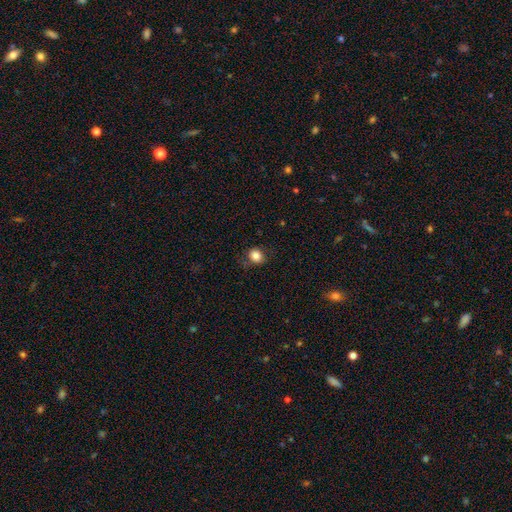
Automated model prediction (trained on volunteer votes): The model was most divided on "how rounded": round: 70%, in between: 29%, cigar-shaped: 1%. More confident: smooth or featured — smooth (84%); merging — none (79%).